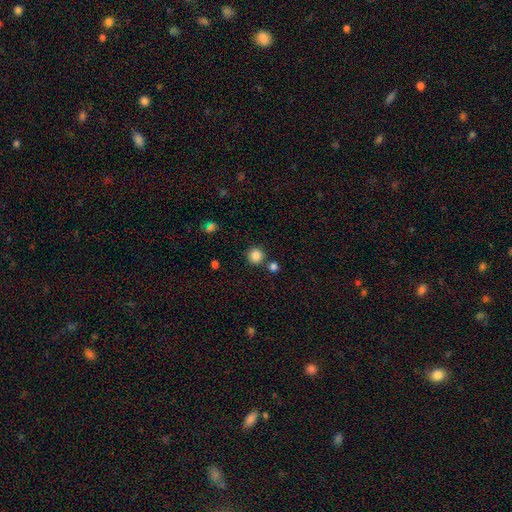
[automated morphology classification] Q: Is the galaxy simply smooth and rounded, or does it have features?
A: smooth — 85%.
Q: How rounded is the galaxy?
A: round — 94%.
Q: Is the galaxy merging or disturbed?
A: none — 80%.